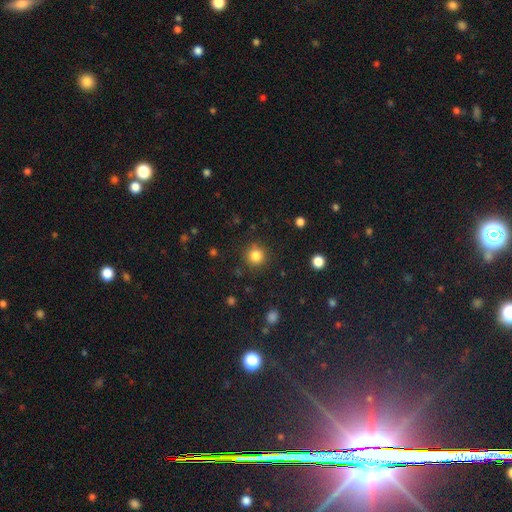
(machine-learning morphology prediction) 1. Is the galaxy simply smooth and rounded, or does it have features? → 83% smooth, 12% star or artifact, 5% featured or disk.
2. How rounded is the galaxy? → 94% round, 5% in between, 1% cigar-shaped.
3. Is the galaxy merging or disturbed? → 88% none, 7% minor disturbance, 3% major disturbance, 2% merger.